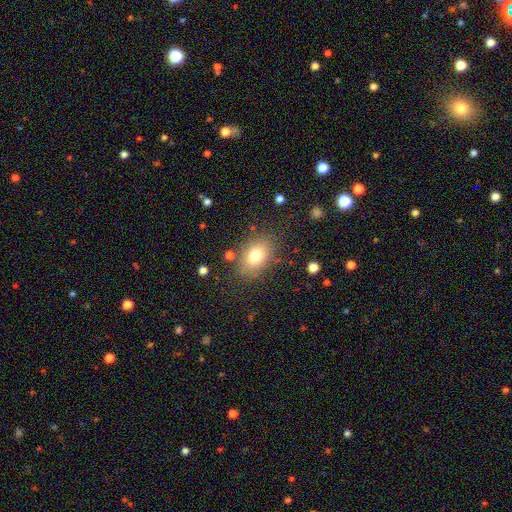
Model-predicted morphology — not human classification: A smooth galaxy with no disk features (76%) that is in between round and cigar-shaped (79%). Merging: none (79%).